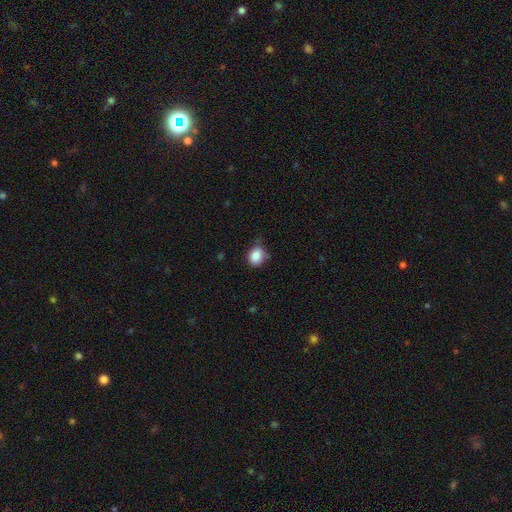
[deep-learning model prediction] This is clearly a smooth galaxy (85%). How rounded: likely round (63%). Merging: likely none (67%).